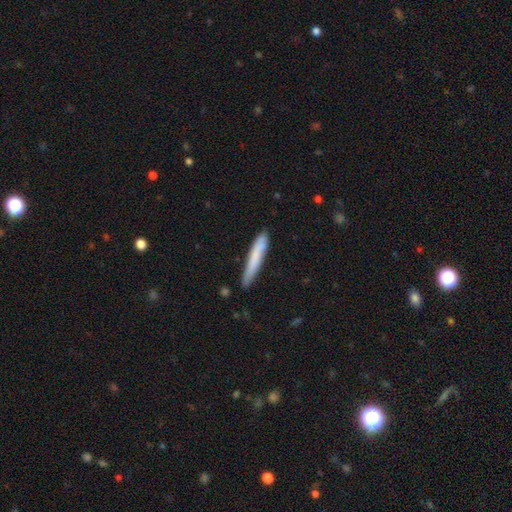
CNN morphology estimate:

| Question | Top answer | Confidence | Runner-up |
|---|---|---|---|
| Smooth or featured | smooth | 71% | featured or disk (23%) |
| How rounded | cigar-shaped | 94% | in between (4%) |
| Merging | none | 76% | minor disturbance (18%) |